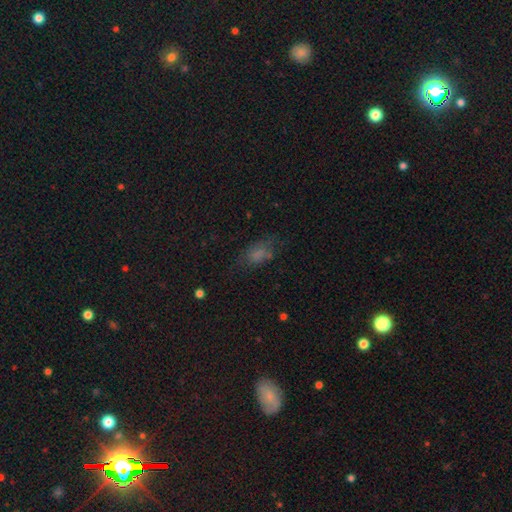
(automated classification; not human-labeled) Smooth or featured? Predicted: smooth (p=0.58). How rounded? Predicted: in between (p=0.80). Merging? Predicted: none (p=0.57).